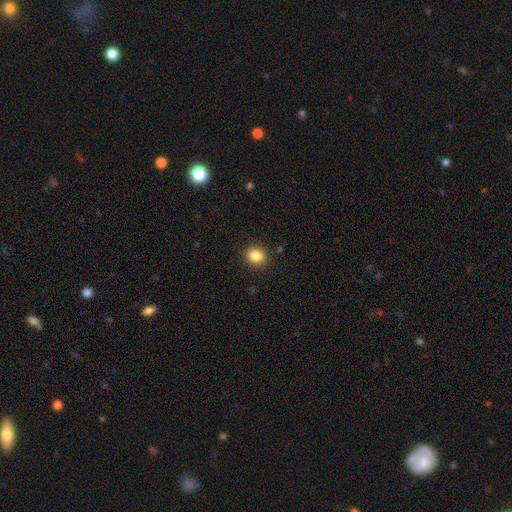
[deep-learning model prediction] smooth 85%, star or artifact 10%, featured or disk 5%. Down the decision tree: how rounded — round (77%); merging — none (90%).